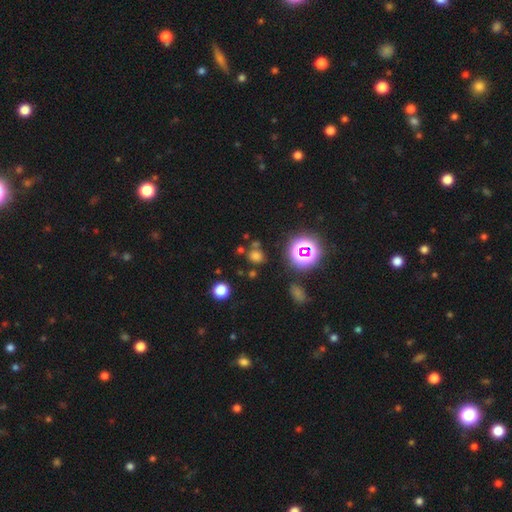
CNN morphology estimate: type=smooth (62%); roundness=round (73%); merging=none (73%).